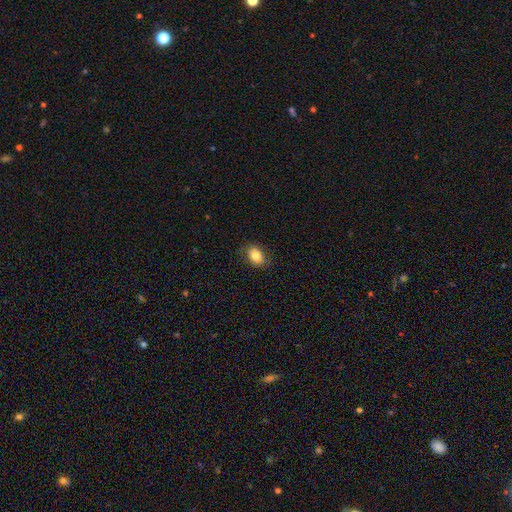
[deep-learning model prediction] Smooth or featured? Predicted: smooth (p=0.80). How rounded? Predicted: in between (p=0.80). Merging? Predicted: none (p=0.80).